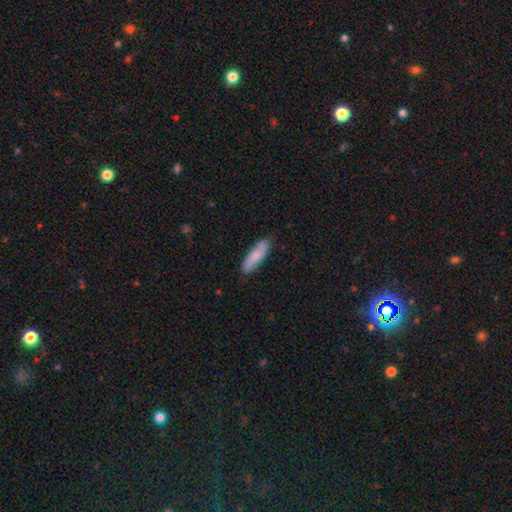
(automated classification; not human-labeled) Smooth or featured? smooth (73%)
How rounded? cigar-shaped (55%)
Merging? none (85%)